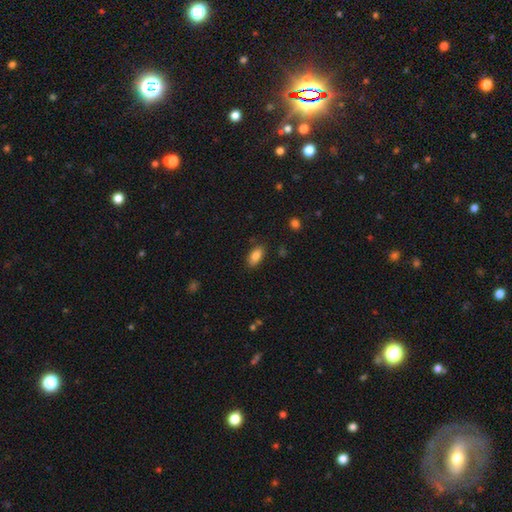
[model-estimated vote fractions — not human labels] This is clearly a smooth galaxy (86%). How rounded: clearly in between (90%). Merging: clearly none (83%).